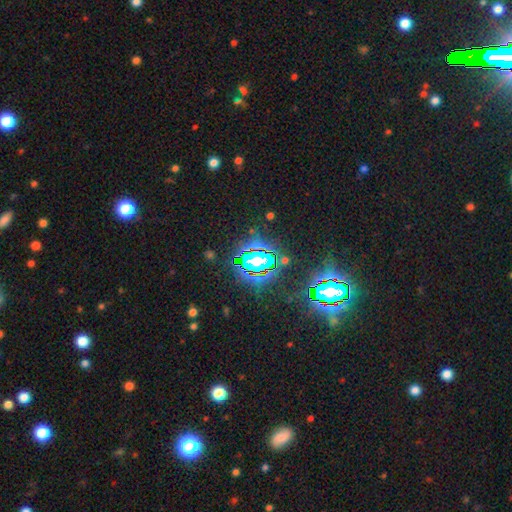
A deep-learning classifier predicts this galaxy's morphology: type=star or artifact (85%).